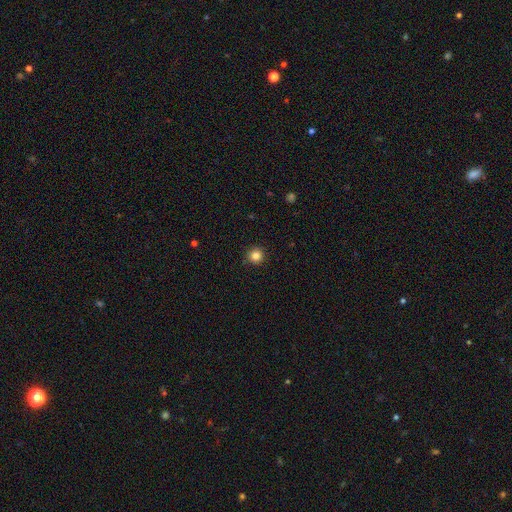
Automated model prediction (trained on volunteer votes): Morphology: type=smooth (83%); roundness=round (95%); merging=none (91%).